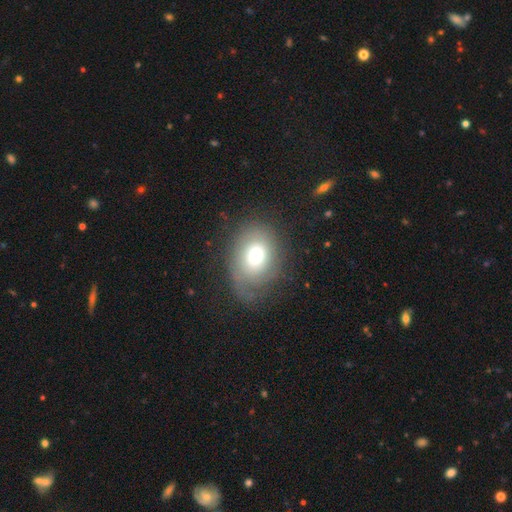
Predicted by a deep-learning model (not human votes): smooth_or_featured: smooth (p=0.55) [alt: featured or disk p=0.35]
how_rounded: in between (p=0.59) [alt: round p=0.40]
merging: none (p=0.61) [alt: minor disturbance p=0.22]